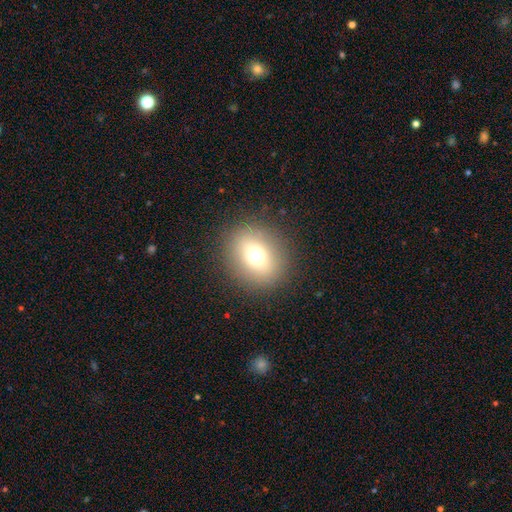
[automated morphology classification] A smooth galaxy with no disk features (71%) that is round (69%). Merging: none (88%).